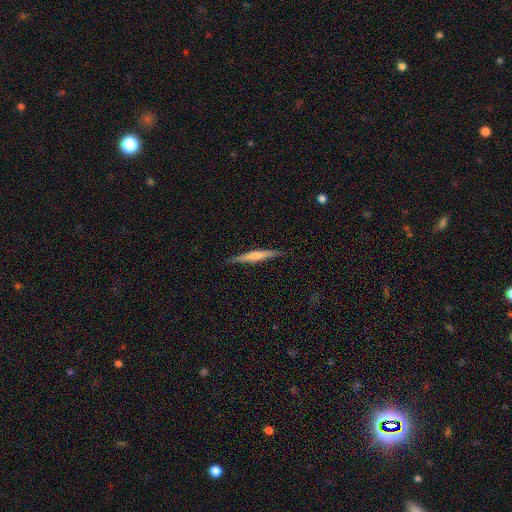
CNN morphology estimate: Q: Smooth or featured?
A: featured or disk (48%); runner-up: smooth (46%)
Q: Merging?
A: none (88%); runner-up: minor disturbance (9%)